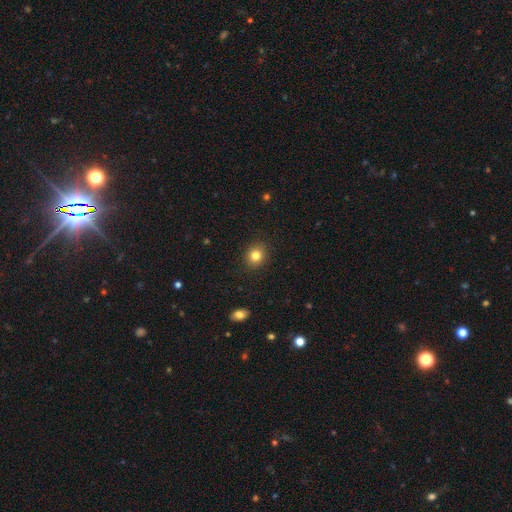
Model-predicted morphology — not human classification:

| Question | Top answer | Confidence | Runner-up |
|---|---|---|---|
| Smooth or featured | smooth | 81% | star or artifact (11%) |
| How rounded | round | 73% | in between (26%) |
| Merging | none | 90% | minor disturbance (7%) |